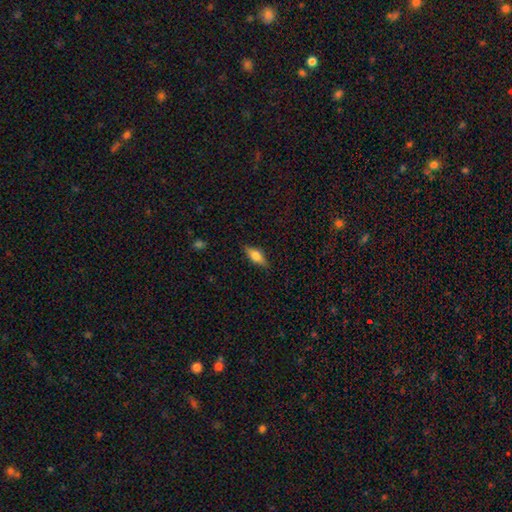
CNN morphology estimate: type=smooth (64%); roundness=in between (63%); merging=none (85%).